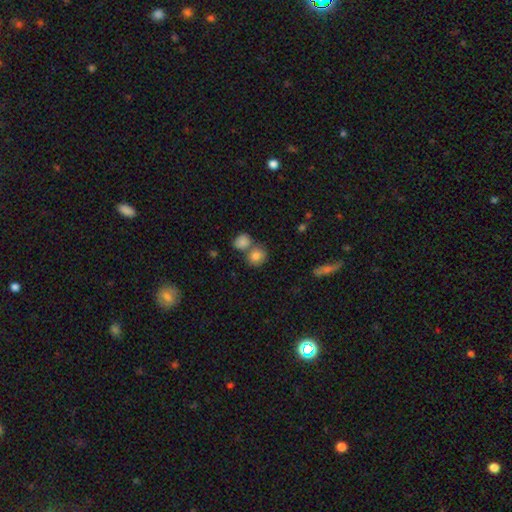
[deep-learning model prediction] The model was most divided on "merging": none: 49%, merger: 38%, minor disturbance: 10%, major disturbance: 3%. More confident: smooth or featured — smooth (82%); how rounded — round (70%).